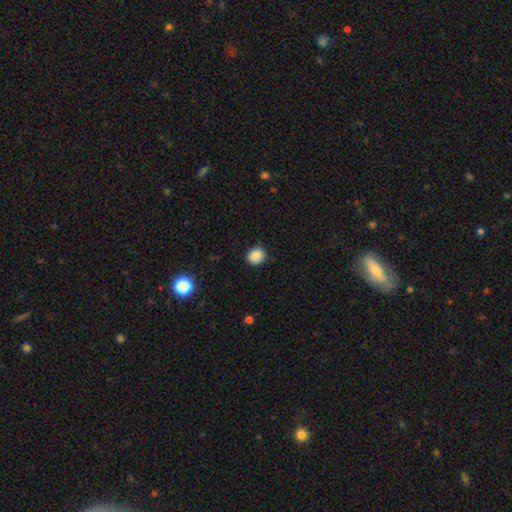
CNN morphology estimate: A smooth galaxy with no disk features (87%) that is round (80%). Merging: none (89%).